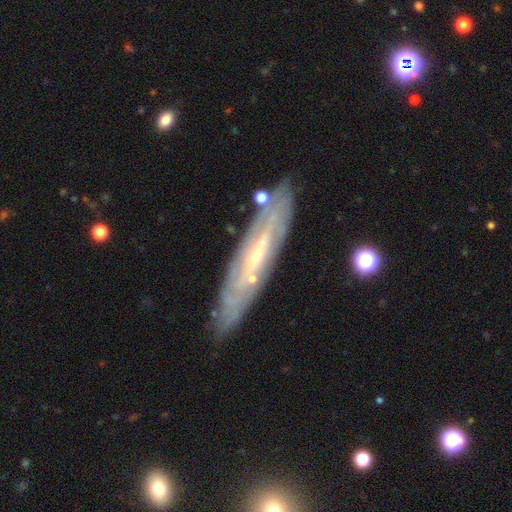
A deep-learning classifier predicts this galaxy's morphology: Smooth or featured? featured or disk (78%)
Edge-on disk? no (58%)
Merging? none (82%)